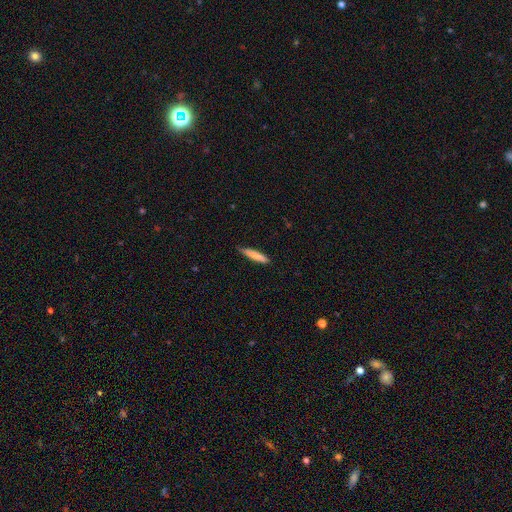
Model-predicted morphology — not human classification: smooth 81%, featured or disk 13%, star or artifact 6%. Down the decision tree: how rounded — cigar-shaped (90%); merging — none (80%).